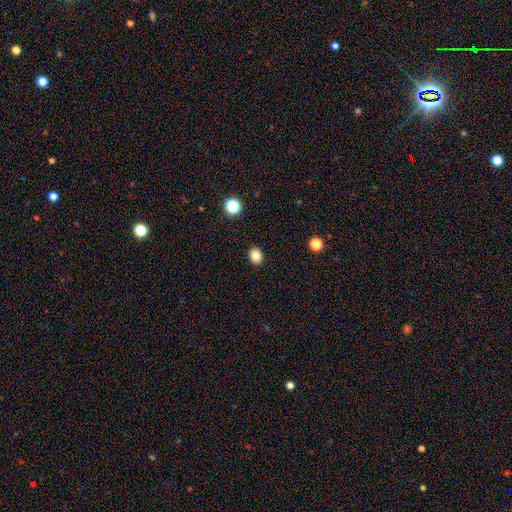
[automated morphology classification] Overall: smooth (84%). How rounded: round (54%; in between 45%). Merging: none (91%).